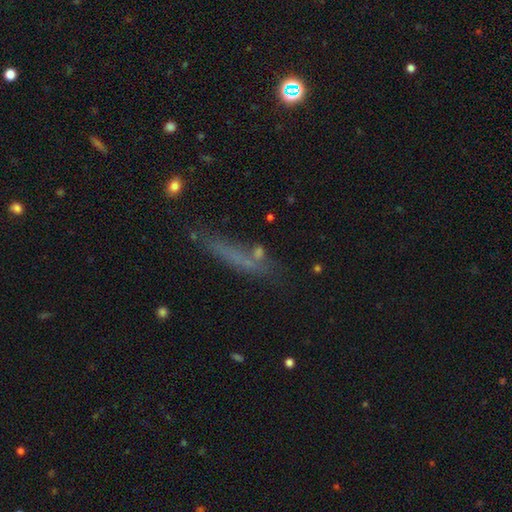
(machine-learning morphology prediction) Smooth or featured? smooth (55%)
How rounded? cigar-shaped (78%)
Merging? none (54%)